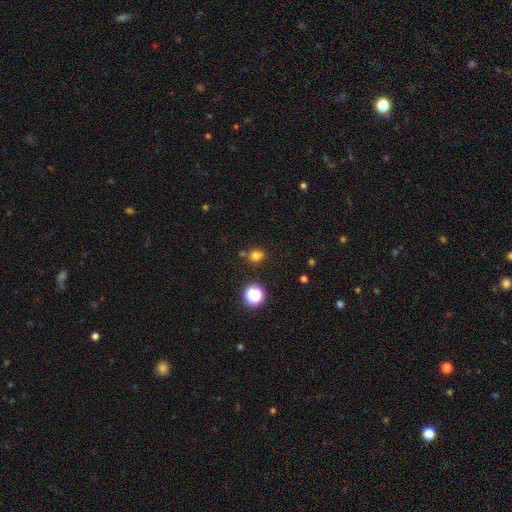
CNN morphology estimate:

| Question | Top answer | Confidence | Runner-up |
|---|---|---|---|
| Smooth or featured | smooth | 74% | star or artifact (20%) |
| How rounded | round | 74% | in between (25%) |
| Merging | none | 76% | minor disturbance (12%) |